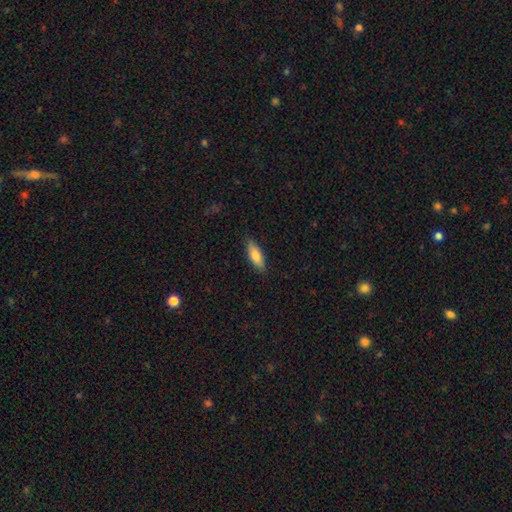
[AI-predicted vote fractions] Smooth or featured: smooth — 77% (featured or disk — 17%)
How rounded: in between — 58% (cigar-shaped — 40%)
Merging: none — 85% (minor disturbance — 11%)